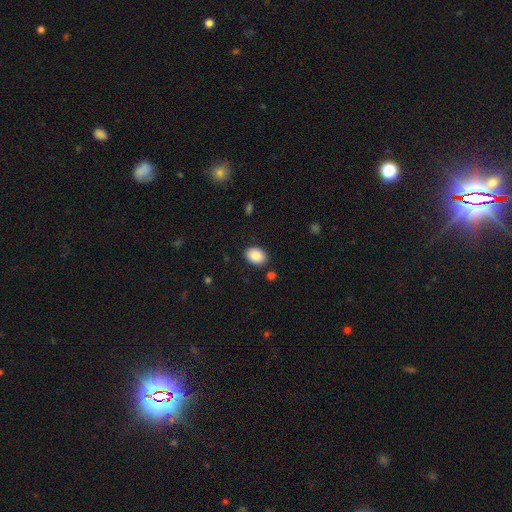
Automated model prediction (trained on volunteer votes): The model was most divided on "how rounded": in between: 76%, round: 23%, cigar-shaped: 1%. More confident: smooth or featured — smooth (88%); merging — none (87%).